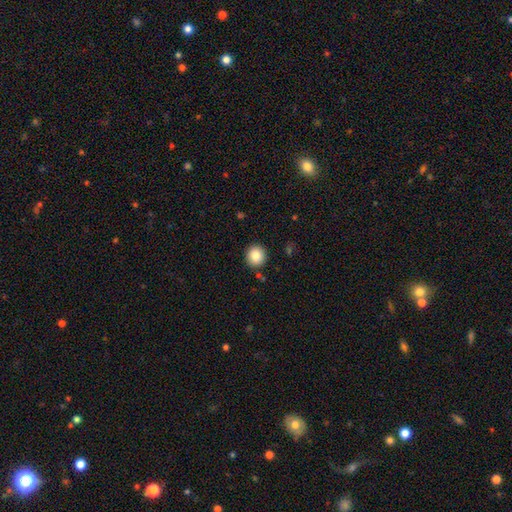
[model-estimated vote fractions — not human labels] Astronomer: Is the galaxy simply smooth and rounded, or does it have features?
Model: smooth — 86%.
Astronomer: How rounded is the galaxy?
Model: round — 91%.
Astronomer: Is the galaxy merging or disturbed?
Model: none — 89%.